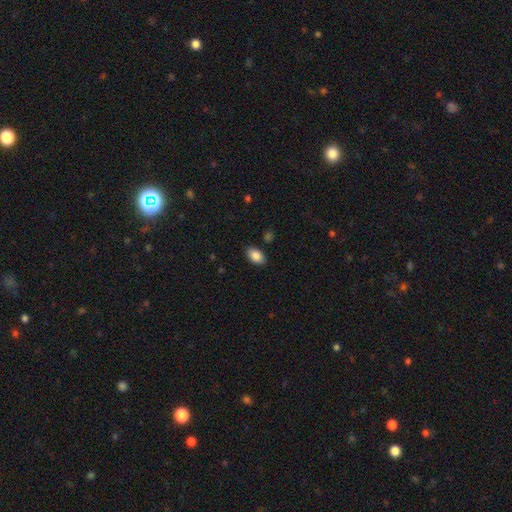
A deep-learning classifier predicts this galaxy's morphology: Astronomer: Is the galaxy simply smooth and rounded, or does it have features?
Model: smooth — 88%.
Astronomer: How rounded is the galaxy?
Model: in between — 93%.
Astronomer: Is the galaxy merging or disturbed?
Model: none — 87%.